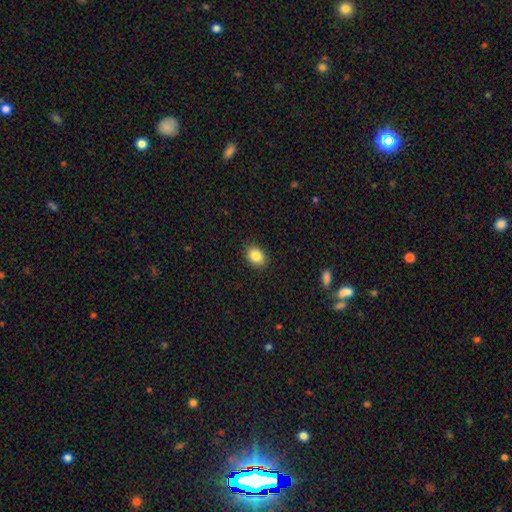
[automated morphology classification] smooth 85%, star or artifact 9%, featured or disk 6%. Down the decision tree: how rounded — in between (66%); merging — none (88%).